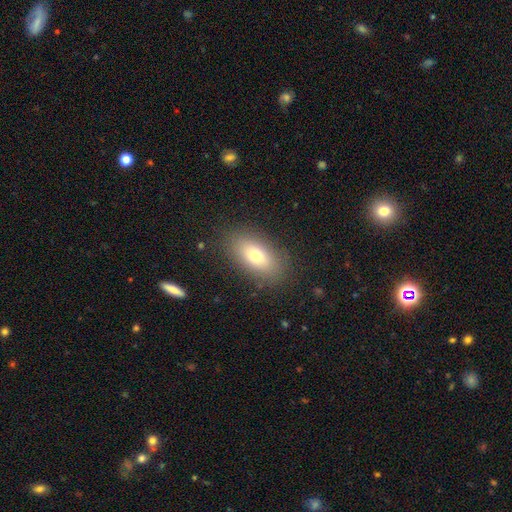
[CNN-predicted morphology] This is likely a smooth galaxy (73%). How rounded: clearly in between (87%). Merging: clearly none (85%).